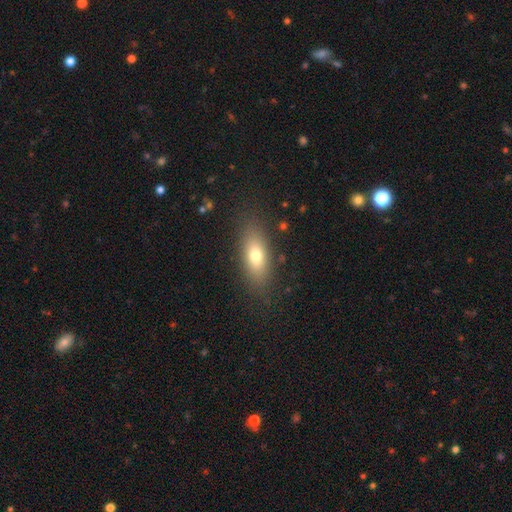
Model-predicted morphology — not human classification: This is likely a smooth galaxy (72%). How rounded: likely in between (73%). Merging: clearly none (84%).